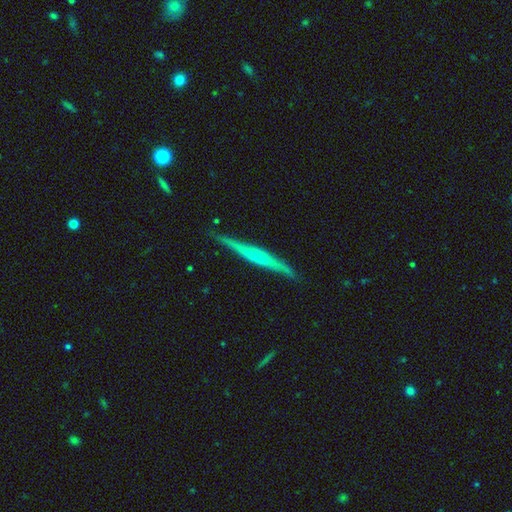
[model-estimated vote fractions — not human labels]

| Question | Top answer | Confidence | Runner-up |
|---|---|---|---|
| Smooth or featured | featured or disk | 64% | smooth (30%) |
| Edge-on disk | yes | 97% | no (3%) |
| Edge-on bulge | none | 59% | rounded (24%) |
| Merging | none | 86% | minor disturbance (10%) |